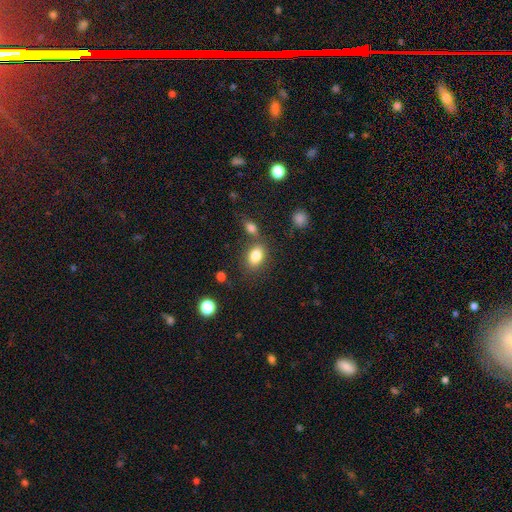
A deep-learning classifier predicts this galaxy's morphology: Smooth or featured? smooth (83%)
How rounded? in between (77%)
Merging? none (66%)